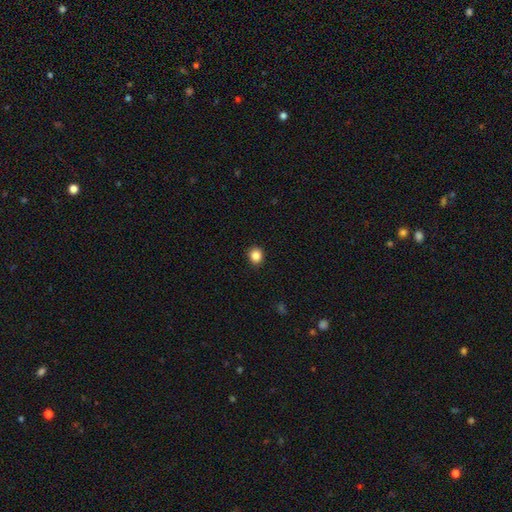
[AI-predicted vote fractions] This is clearly a smooth galaxy (85%). How rounded: clearly round (82%). Merging: clearly none (92%).